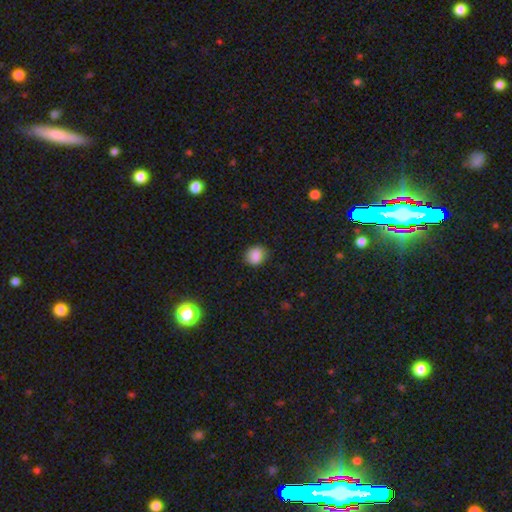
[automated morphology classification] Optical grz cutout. It shows a smooth galaxy with no disk features (85%) that is round (69%). Merging: none (81%).